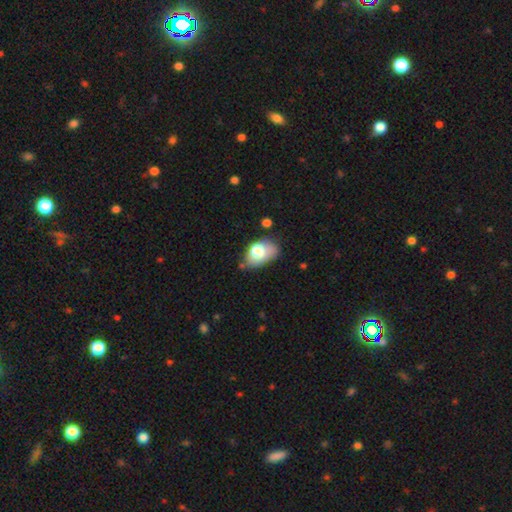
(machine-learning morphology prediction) This appears to be a smooth galaxy with no disk features (74%) that is in between round and cigar-shaped (87%). Merging: none (45%).